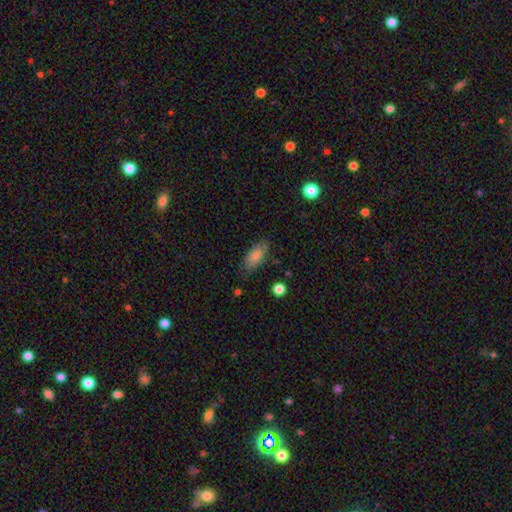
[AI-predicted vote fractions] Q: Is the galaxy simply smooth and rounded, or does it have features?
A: smooth — 71%.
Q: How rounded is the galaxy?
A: in between — 81%.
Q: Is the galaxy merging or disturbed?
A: none — 77%.